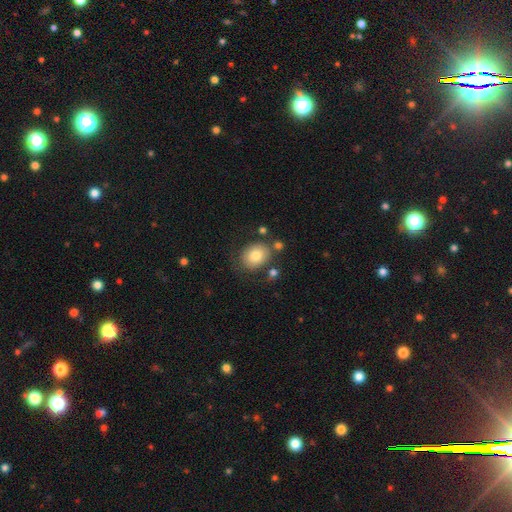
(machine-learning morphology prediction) Smooth or featured? smooth (78%)
How rounded? round (51%)
Merging? none (70%)